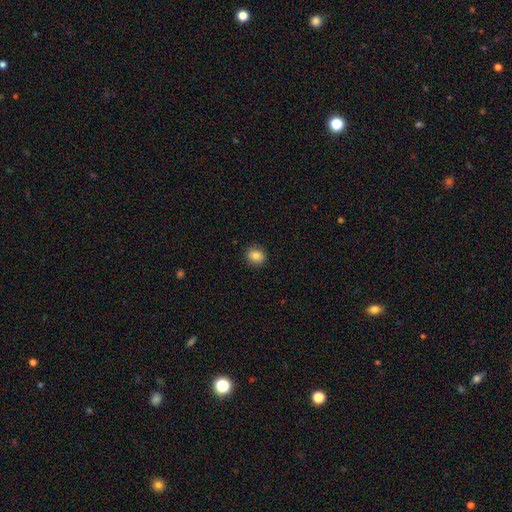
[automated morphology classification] A smooth galaxy with no disk features (84%) that is round (78%).

Vote fractions:
- Smooth or featured? smooth: 84% / star or artifact: 10% / featured or disk: 6%
- How rounded? round: 78% / in between: 21% / cigar-shaped: 1%
- Merging? none: 90% / minor disturbance: 7% / major disturbance: 2% / merger: 1%